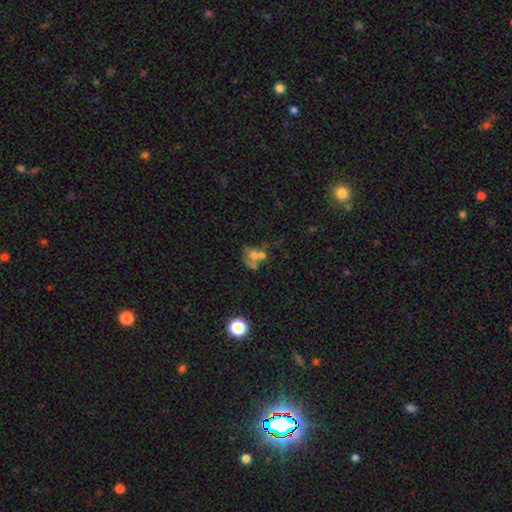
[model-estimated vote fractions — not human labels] Smooth or featured?
  - smooth: 50% *
  - featured or disk: 35%
  - star or artifact: 15%
Merging?
  - merger: 56% *
  - none: 21%
  - major disturbance: 12%
  - minor disturbance: 11%